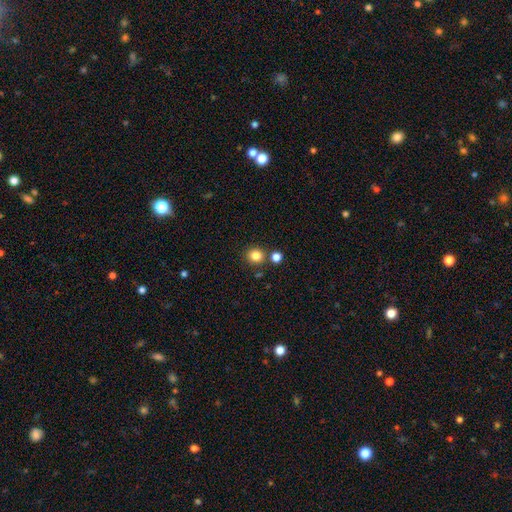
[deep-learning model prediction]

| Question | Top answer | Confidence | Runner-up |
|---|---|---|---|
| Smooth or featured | smooth | 83% | star or artifact (12%) |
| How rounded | round | 89% | in between (11%) |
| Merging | none | 80% | merger (10%) |